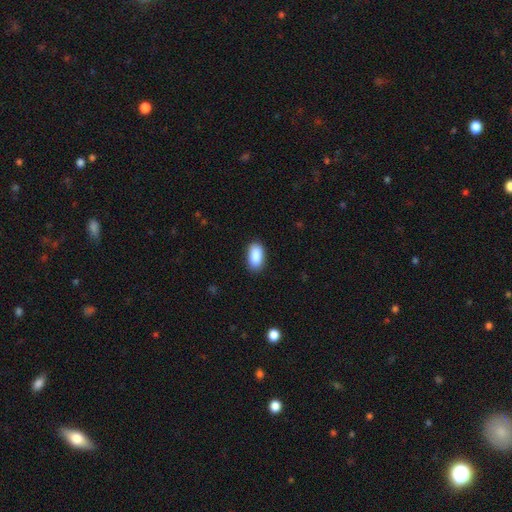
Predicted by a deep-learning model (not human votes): Morphology: type=smooth (90%); roundness=in between (93%); merging=none (86%).